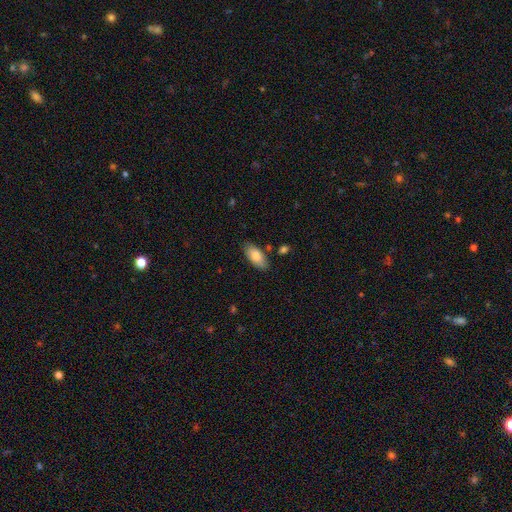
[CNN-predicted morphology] smooth-or-featured: smooth: 80% | featured or disk: 13% | star or artifact: 6%
  how-rounded: in between: 90% | cigar-shaped: 8% | round: 2%
  merging: none: 82% | minor disturbance: 13% | merger: 3% | major disturbance: 2%